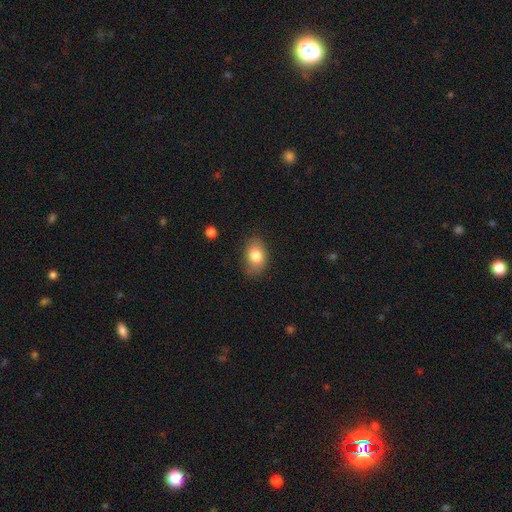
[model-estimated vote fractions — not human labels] The model was most divided on "merging": none: 77%, minor disturbance: 18%, major disturbance: 4%, merger: 1%. More confident: smooth or featured — smooth (82%); how rounded — in between (80%).